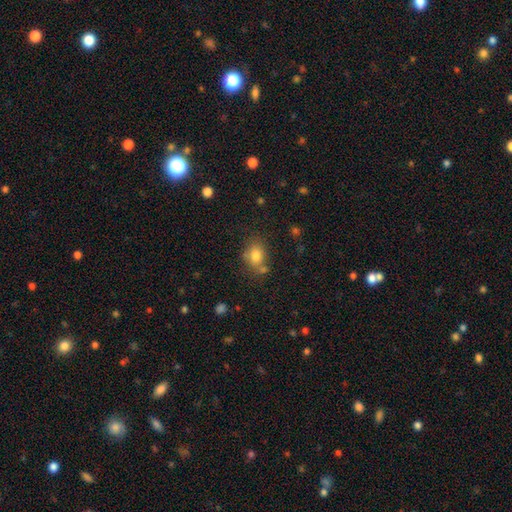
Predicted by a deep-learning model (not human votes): Q: Smooth or featured?
A: smooth (78%); runner-up: star or artifact (11%)
Q: How rounded?
A: in between (57%); runner-up: round (42%)
Q: Merging?
A: none (61%); runner-up: minor disturbance (18%)